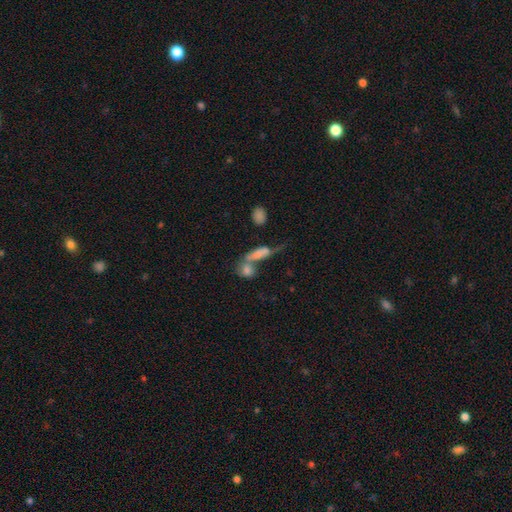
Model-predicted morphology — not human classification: Smooth or featured: smooth — 52% (featured or disk — 31%)
How rounded: in between — 52% (cigar-shaped — 30%)
Merging: merger — 53% (none — 26%)